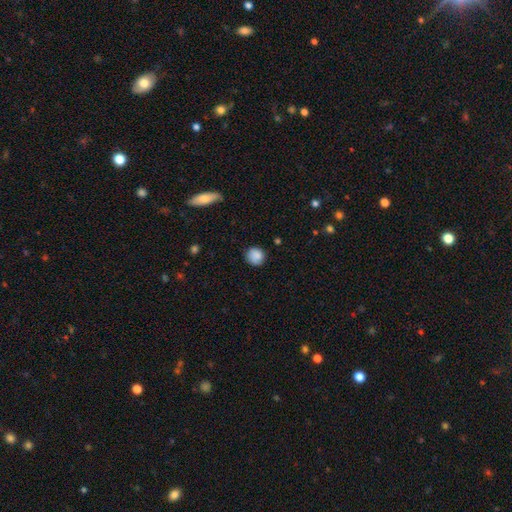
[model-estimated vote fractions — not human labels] A smooth galaxy with no disk features (86%) that is round (87%).

Vote fractions:
- Smooth or featured? smooth: 86% / star or artifact: 9% / featured or disk: 6%
- How rounded? round: 87% / in between: 12% / cigar-shaped: 1%
- Merging? none: 81% / minor disturbance: 15% / major disturbance: 3% / merger: 2%